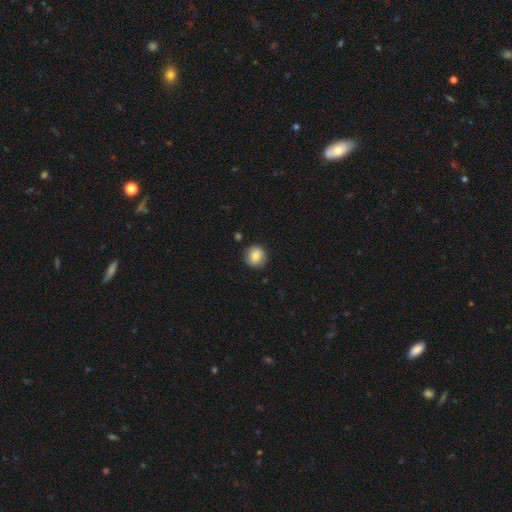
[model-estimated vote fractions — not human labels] Morphology: type=smooth (81%); roundness=round (93%); merging=none (87%).